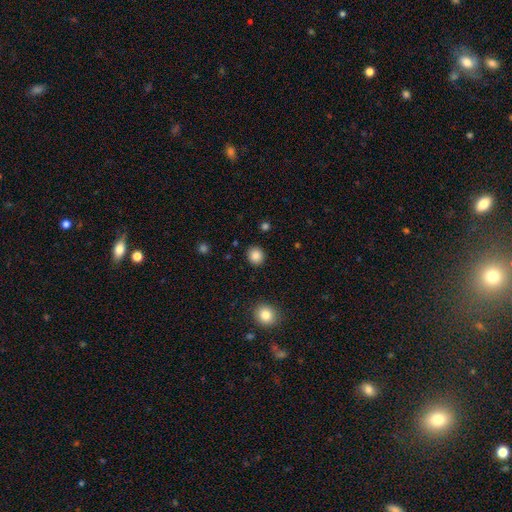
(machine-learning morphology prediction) A smooth galaxy with no disk features (86%) that is round (81%).

Vote fractions:
- Smooth or featured? smooth: 86% / star or artifact: 10% / featured or disk: 4%
- How rounded? round: 81% / in between: 18% / cigar-shaped: 1%
- Merging? none: 90% / minor disturbance: 6% / major disturbance: 2% / merger: 1%